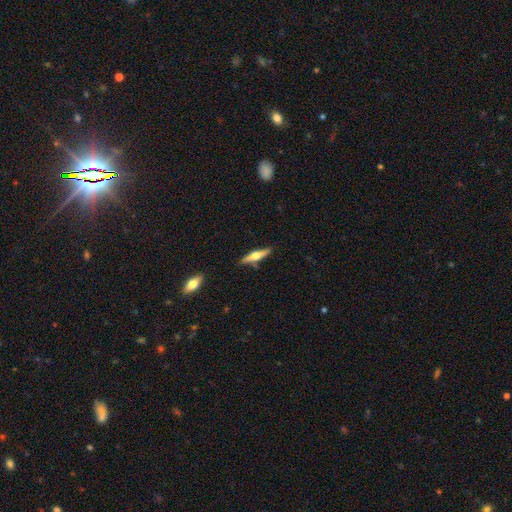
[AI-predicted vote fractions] Q: Smooth or featured?
A: featured or disk (59%); runner-up: smooth (36%)
Q: Edge-on disk?
A: yes (95%); runner-up: no (5%)
Q: Edge-on bulge?
A: rounded (93%); runner-up: boxy (4%)
Q: Merging?
A: none (84%); runner-up: minor disturbance (11%)